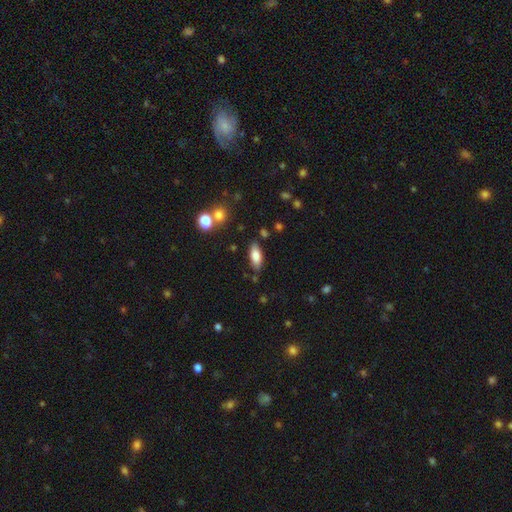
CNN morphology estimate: type=smooth (80%); roundness=in between (80%); merging=none (82%).